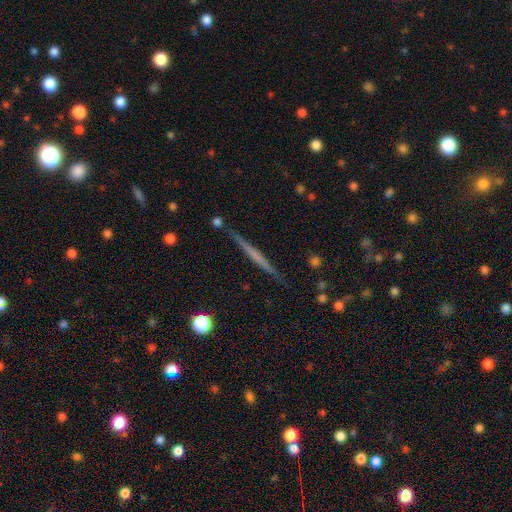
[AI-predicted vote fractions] A featured or disk galaxy (58%) viewed edge-on (97%) with no central bulge (79%).

Vote fractions:
- Smooth or featured? featured or disk: 58% / smooth: 35% / star or artifact: 7%
- Edge-on disk? yes: 97% / no: 3%
- Edge-on bulge? none: 79% / rounded: 13% / boxy: 8%
- Merging? none: 89% / minor disturbance: 8% / merger: 2% / major disturbance: 2%